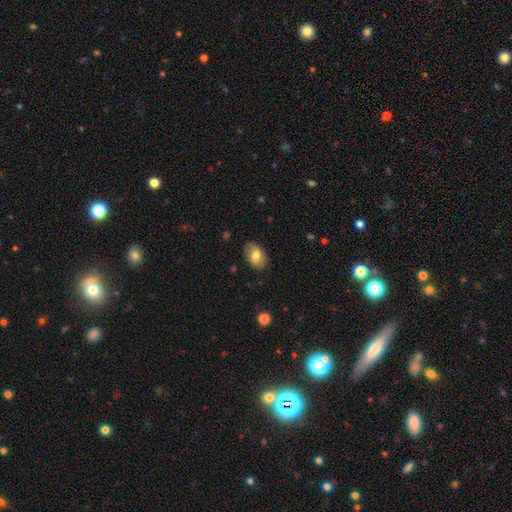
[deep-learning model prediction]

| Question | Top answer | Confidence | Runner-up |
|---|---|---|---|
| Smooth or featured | smooth | 75% | featured or disk (17%) |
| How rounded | in between | 89% | round (10%) |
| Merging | none | 86% | minor disturbance (11%) |